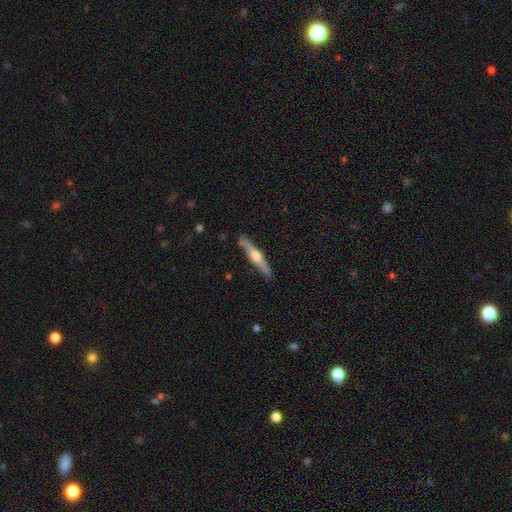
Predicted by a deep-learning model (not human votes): smooth-or-featured: featured or disk: 62% | smooth: 33% | star or artifact: 5%
  disk-edge-on: yes: 96% | no: 4%
    edge-on-bulge: rounded: 89% | boxy: 6% | none: 5%
  merging: none: 87% | minor disturbance: 10% | major disturbance: 2% | merger: 1%